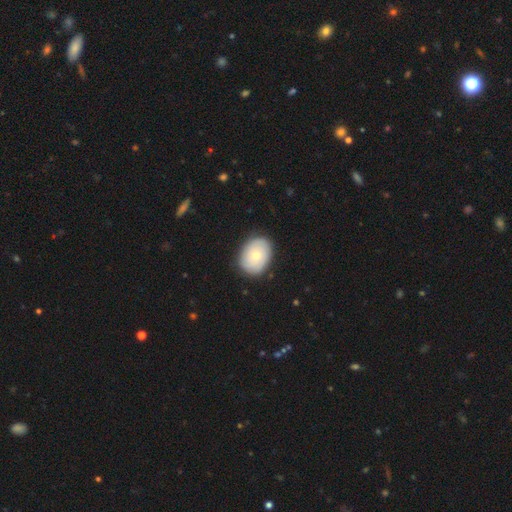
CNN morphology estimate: Q: Smooth or featured?
A: smooth (64%); runner-up: featured or disk (30%)
Q: How rounded?
A: in between (66%); runner-up: round (33%)
Q: Merging?
A: none (84%); runner-up: minor disturbance (12%)